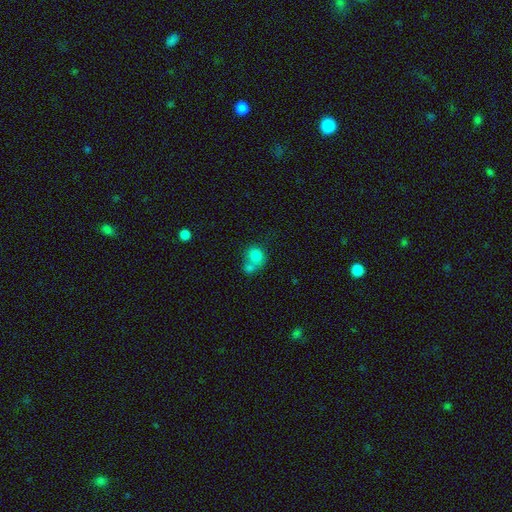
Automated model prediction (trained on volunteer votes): This appears to be a smooth galaxy with no disk features (80%) that is round (76%). Merging: merger (56%).